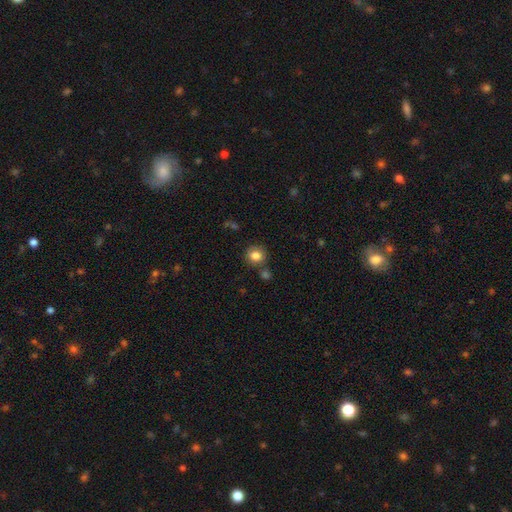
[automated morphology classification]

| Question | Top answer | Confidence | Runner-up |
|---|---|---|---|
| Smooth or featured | smooth | 83% | star or artifact (10%) |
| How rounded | round | 84% | in between (15%) |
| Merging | none | 79% | minor disturbance (10%) |